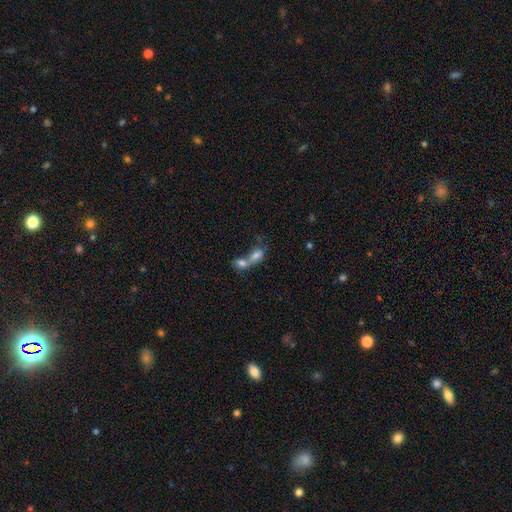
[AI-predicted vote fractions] Smooth or featured?
  - smooth: 75% *
  - featured or disk: 15%
  - star or artifact: 10%
How rounded?
  - in between: 78% *
  - round: 17%
  - cigar-shaped: 5%
Merging?
  - merger: 76% *
  - none: 14%
  - minor disturbance: 5%
  - major disturbance: 5%